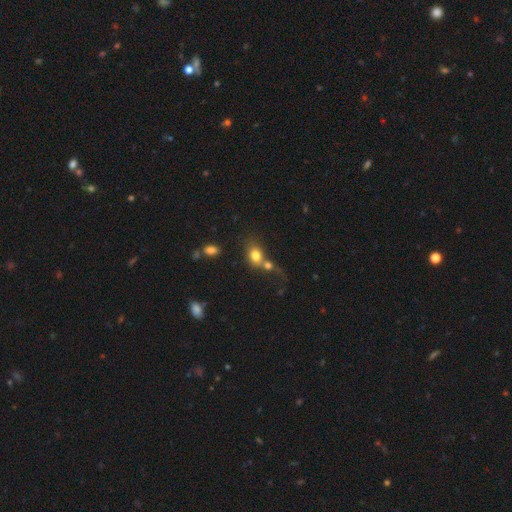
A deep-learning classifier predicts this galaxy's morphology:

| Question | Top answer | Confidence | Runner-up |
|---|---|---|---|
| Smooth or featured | smooth | 77% | featured or disk (12%) |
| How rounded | in between | 53% | round (45%) |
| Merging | merger | 58% | none (26%) |